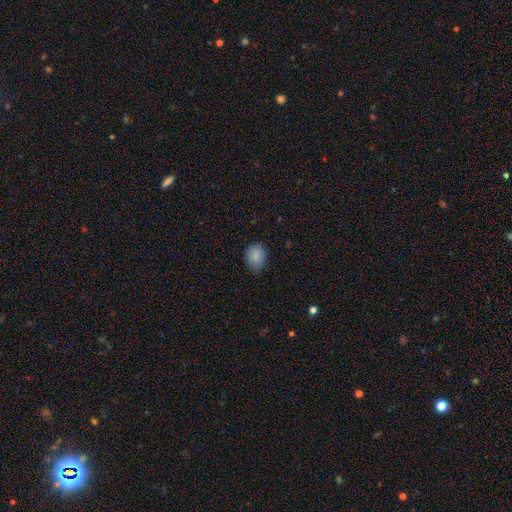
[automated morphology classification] smooth-or-featured: smooth: 87% | star or artifact: 8% | featured or disk: 5%
  how-rounded: in between: 53% | round: 46% | cigar-shaped: 1%
  merging: none: 69% | minor disturbance: 26% | major disturbance: 4% | merger: 1%